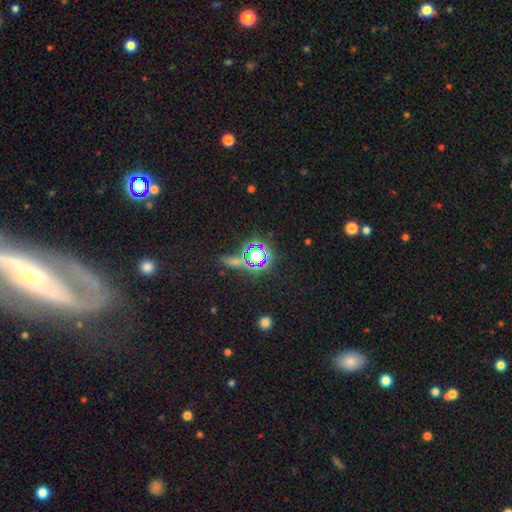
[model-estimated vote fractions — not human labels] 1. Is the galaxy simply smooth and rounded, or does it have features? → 64% star or artifact, 25% smooth, 10% featured or disk.